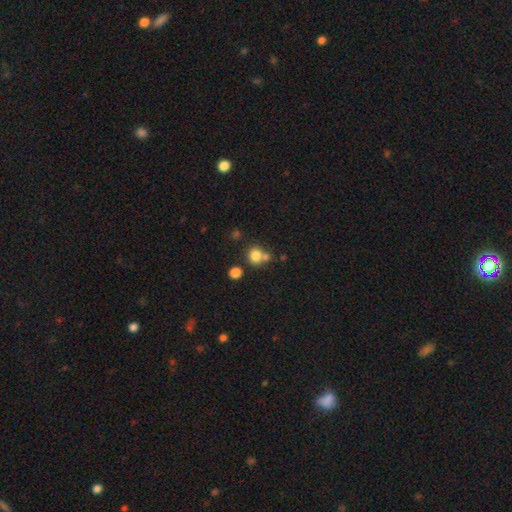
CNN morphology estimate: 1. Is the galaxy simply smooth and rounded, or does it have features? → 79% smooth, 13% star or artifact, 8% featured or disk.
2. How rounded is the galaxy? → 84% round, 15% in between, 1% cigar-shaped.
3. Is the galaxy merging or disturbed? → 55% none, 32% merger, 9% minor disturbance, 4% major disturbance.